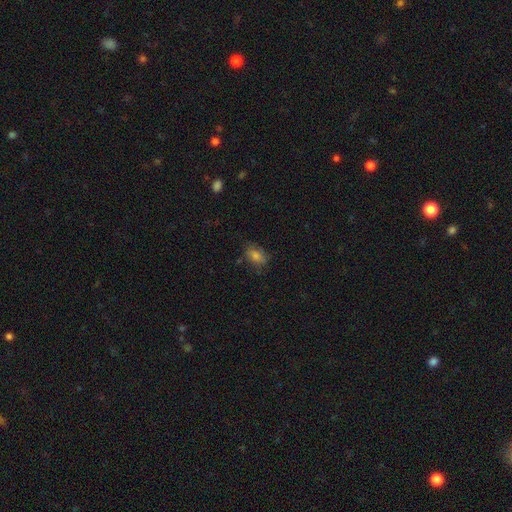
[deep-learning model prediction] This is likely a smooth galaxy (73%). How rounded: likely in between (80%). Merging: likely none (69%).